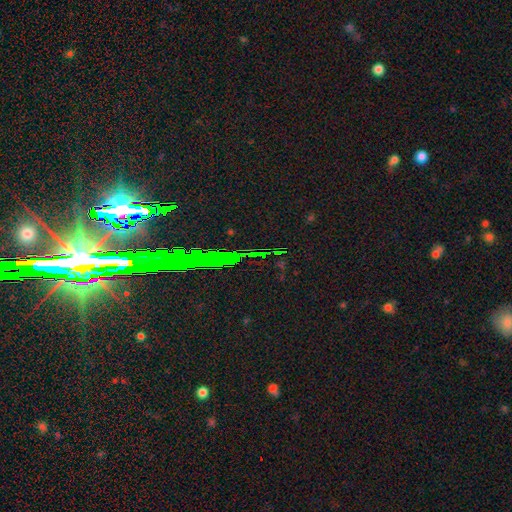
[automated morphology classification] The model was most divided on "smooth or featured": star or artifact: 78%, smooth: 12%, featured or disk: 10%.